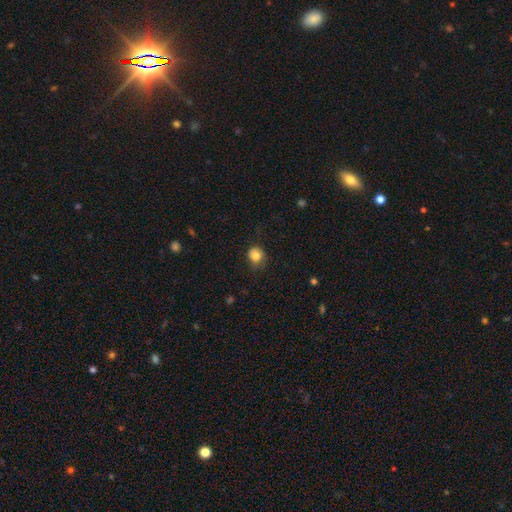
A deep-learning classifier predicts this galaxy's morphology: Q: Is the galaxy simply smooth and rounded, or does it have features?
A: smooth — 81%.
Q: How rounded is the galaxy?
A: round — 74%.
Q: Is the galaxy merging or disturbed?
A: none — 66%.